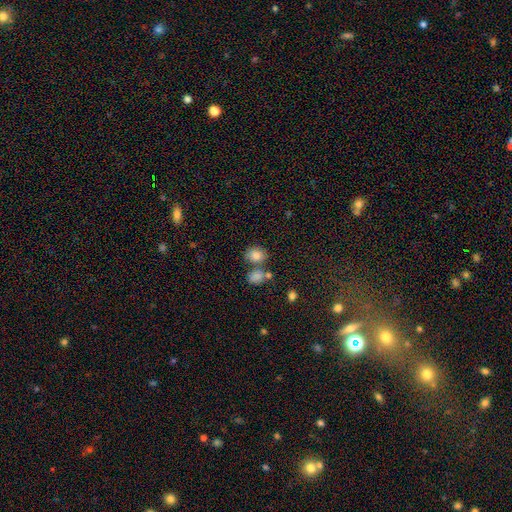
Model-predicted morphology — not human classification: type=smooth (82%); roundness=in between (50%); merging=none (55%).